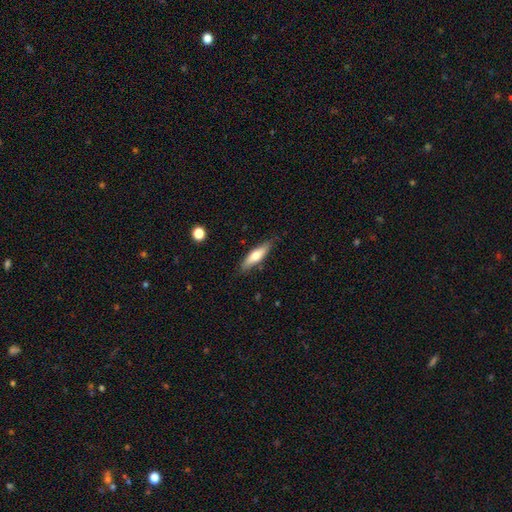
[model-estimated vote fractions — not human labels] A smooth galaxy with no disk features (63%) that is cigar-shaped (58%).

Vote fractions:
- Smooth or featured? smooth: 63% / featured or disk: 31% / star or artifact: 6%
- How rounded? cigar-shaped: 58% / in between: 40% / round: 2%
- Merging? none: 80% / minor disturbance: 15% / major disturbance: 3% / merger: 2%